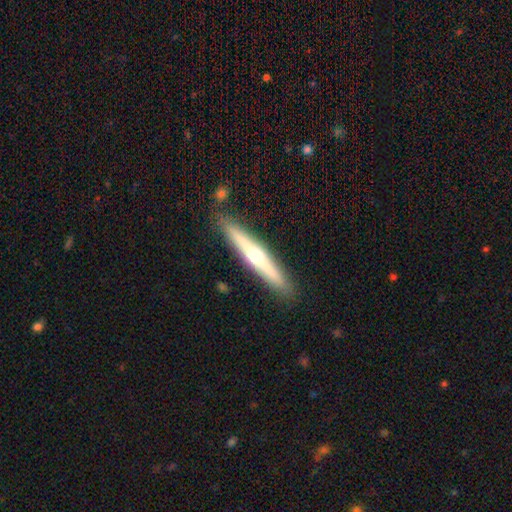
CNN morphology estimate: Smooth or featured?
  - featured or disk: 58% *
  - smooth: 36%
  - star or artifact: 5%
Edge-on disk?
  - yes: 95% *
  - no: 5%
Edge-on bulge?
  - rounded: 84% *
  - none: 12%
  - boxy: 3%
Merging?
  - none: 89% *
  - minor disturbance: 8%
  - merger: 2%
  - major disturbance: 2%